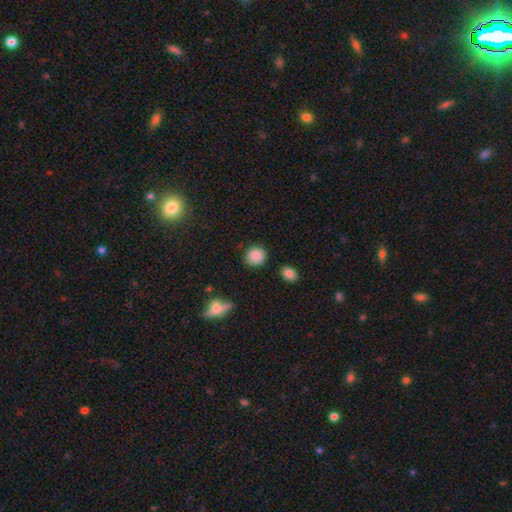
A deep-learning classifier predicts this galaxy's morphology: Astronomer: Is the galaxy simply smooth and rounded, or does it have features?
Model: smooth — 86%.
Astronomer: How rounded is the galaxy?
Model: round — 88%.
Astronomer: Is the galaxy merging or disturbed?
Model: none — 86%.